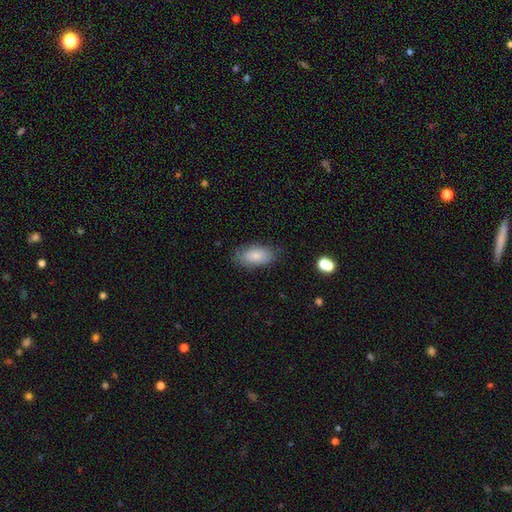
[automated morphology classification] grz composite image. It shows a smooth galaxy with no disk features (81%) that is in between round and cigar-shaped (92%). Merging: none (79%).